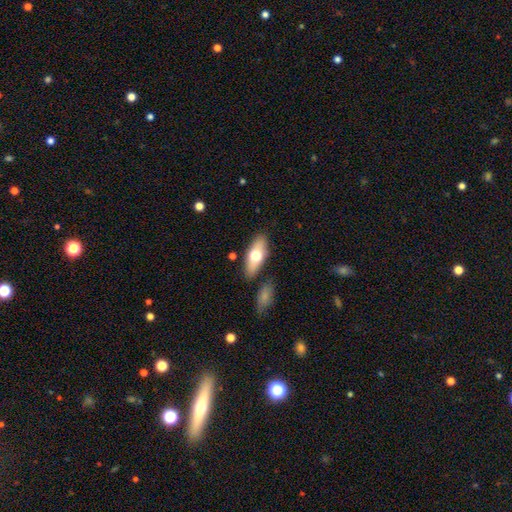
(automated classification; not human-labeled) smooth_or_featured: smooth (p=0.63) [alt: featured or disk p=0.31]
how_rounded: in between (p=0.80) [alt: cigar-shaped p=0.16]
merging: none (p=0.82) [alt: minor disturbance p=0.11]